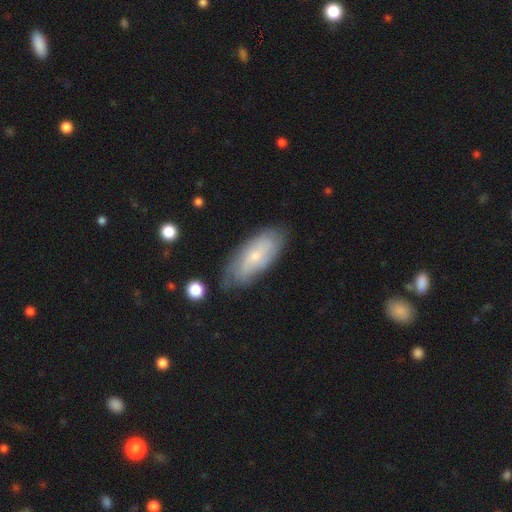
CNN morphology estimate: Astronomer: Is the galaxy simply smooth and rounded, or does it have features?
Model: featured or disk — 50% (runner-up: smooth, 43%).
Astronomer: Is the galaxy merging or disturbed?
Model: none — 69%.